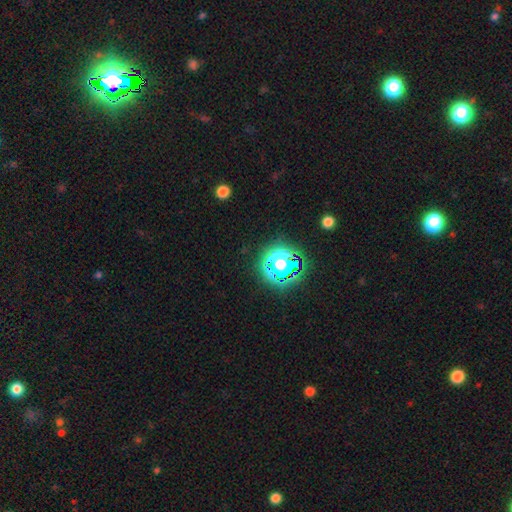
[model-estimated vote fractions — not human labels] smooth_or_featured: star or artifact (p=0.80) [alt: smooth p=0.13]